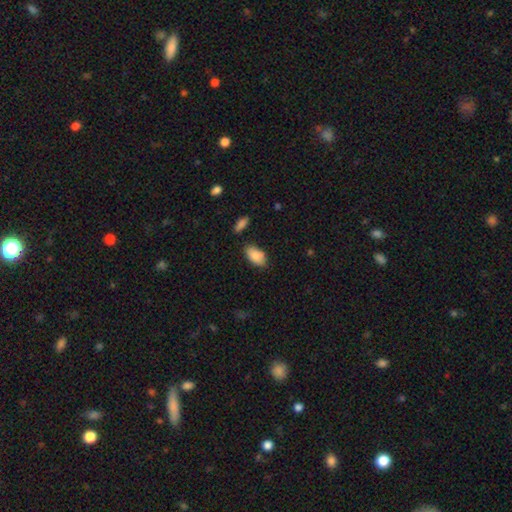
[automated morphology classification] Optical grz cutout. It shows a smooth galaxy with no disk features (87%) that is in between round and cigar-shaped (94%). Merging: none (77%).